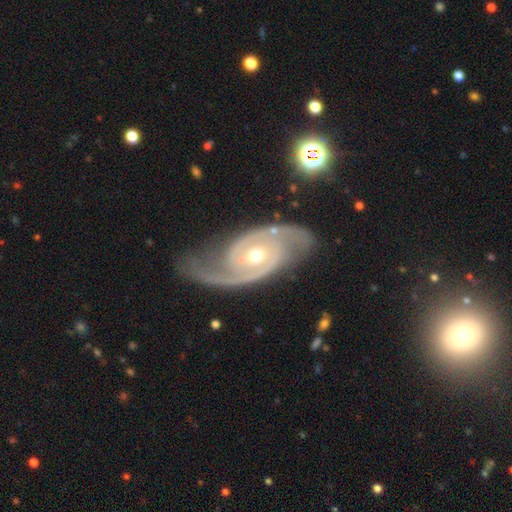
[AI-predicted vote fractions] featured or disk 92%, star or artifact 4%, smooth 4%. Down the decision tree: edge-on disk — no (96%); bar — no (60%); spiral arms — yes (98%); spiral arm count — 2 (89%); spiral winding — medium (47%); bulge size — moderate (56%); merging — none (67%).